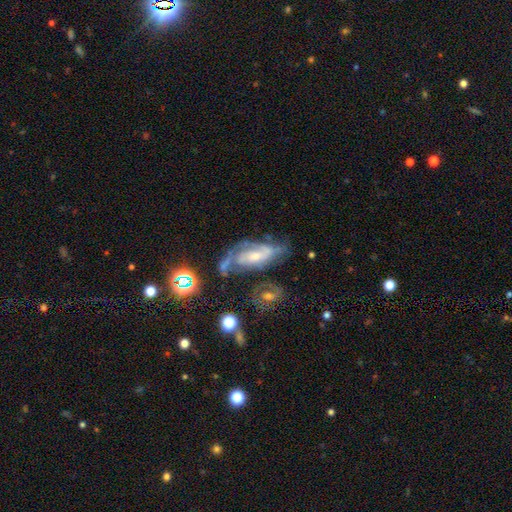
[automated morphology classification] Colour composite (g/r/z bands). It shows a featured or disk galaxy (75%) with no bar (49%), 2 (48%) medium (42%, tied with tight) spiral arms (88%) and a small central bulge (49%). Merging: none (44%).